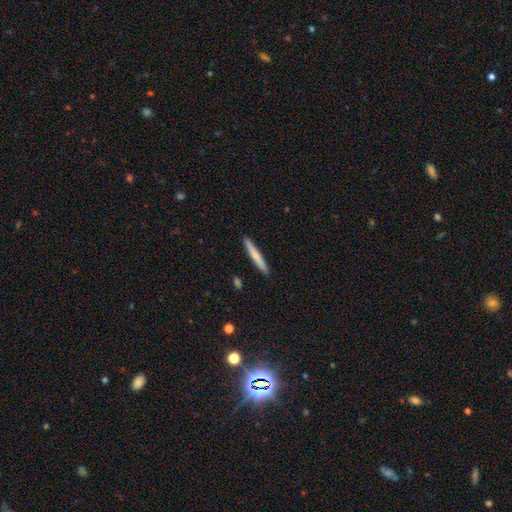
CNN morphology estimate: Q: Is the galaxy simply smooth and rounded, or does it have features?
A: smooth — 65%.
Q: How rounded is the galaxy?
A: cigar-shaped — 95%.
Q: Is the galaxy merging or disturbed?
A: none — 92%.